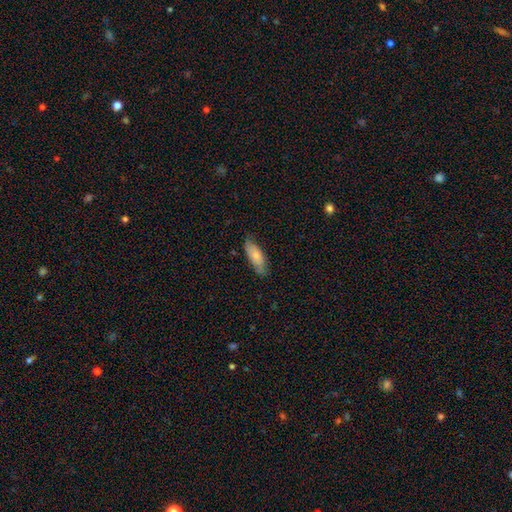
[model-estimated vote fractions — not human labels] Smooth or featured? Predicted: smooth (p=0.77). How rounded? Predicted: in between (p=0.69). Merging? Predicted: none (p=0.75).